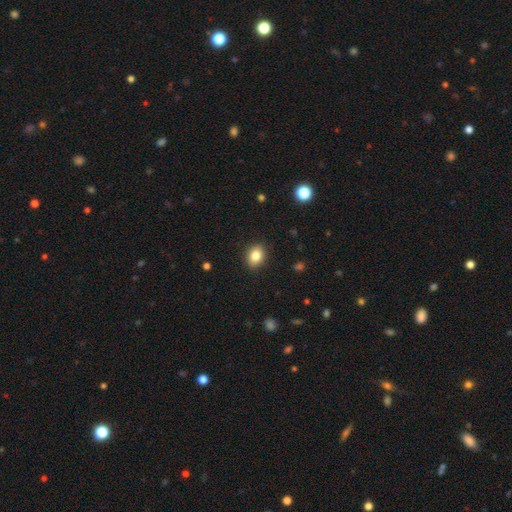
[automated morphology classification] A smooth galaxy with no disk features (84%) that is in between round and cigar-shaped (65%). Merging: none (89%).